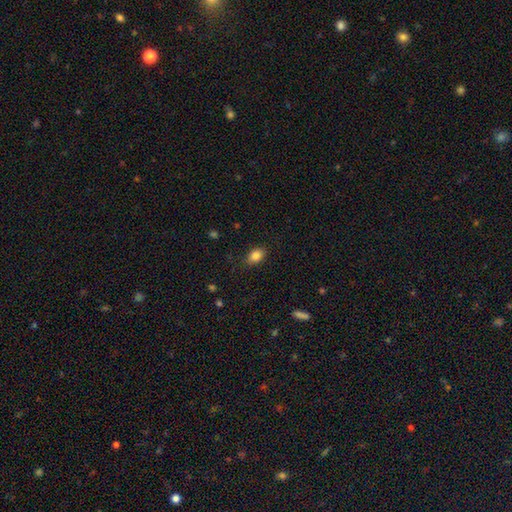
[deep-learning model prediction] Smooth or featured?
  - smooth: 85% *
  - star or artifact: 9%
  - featured or disk: 5%
How rounded?
  - in between: 81% *
  - round: 17%
  - cigar-shaped: 2%
Merging?
  - none: 84% *
  - minor disturbance: 12%
  - major disturbance: 3%
  - merger: 1%